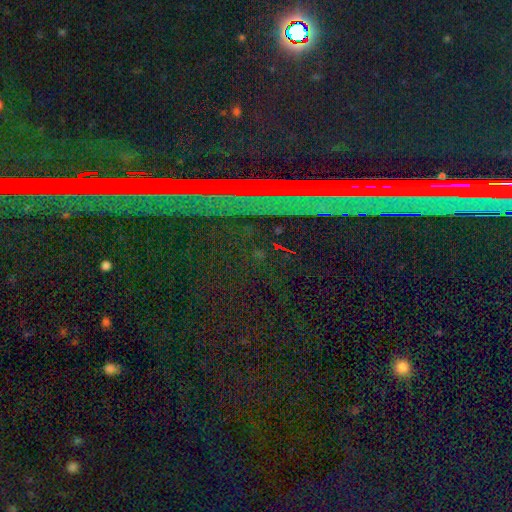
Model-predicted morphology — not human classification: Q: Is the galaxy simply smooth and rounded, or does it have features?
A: star or artifact — 87%.